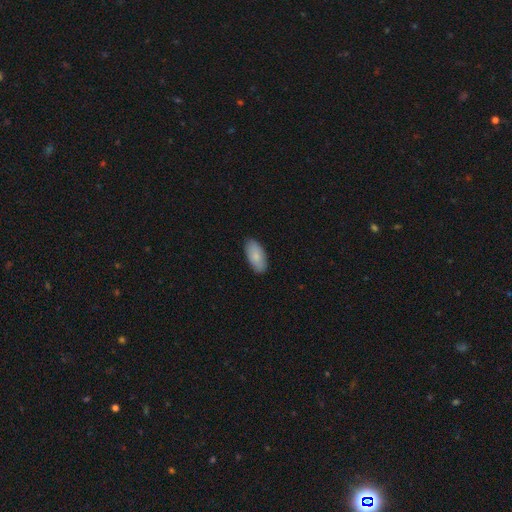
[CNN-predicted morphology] This is clearly a smooth galaxy (86%). How rounded: clearly in between (92%). Merging: clearly none (87%).